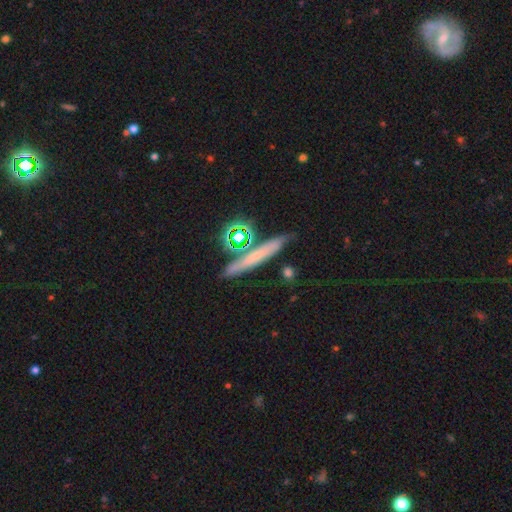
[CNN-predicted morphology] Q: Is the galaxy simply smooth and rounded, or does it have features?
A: smooth — 49%.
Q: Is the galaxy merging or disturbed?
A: none — 76%.